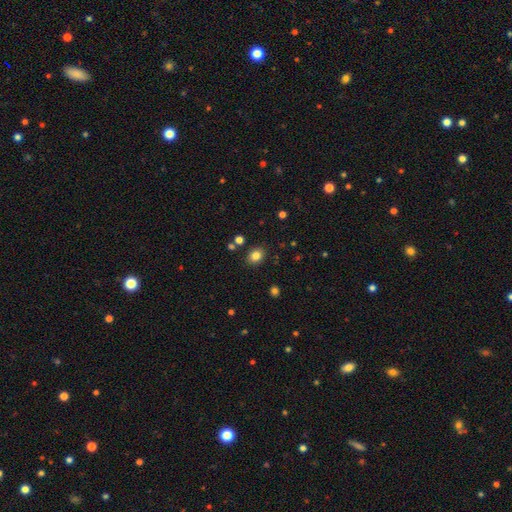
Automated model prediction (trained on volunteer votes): The model was most divided on "how rounded": round: 52%, in between: 47%, cigar-shaped: 1%. More confident: merging — none (87%); smooth or featured — smooth (83%).